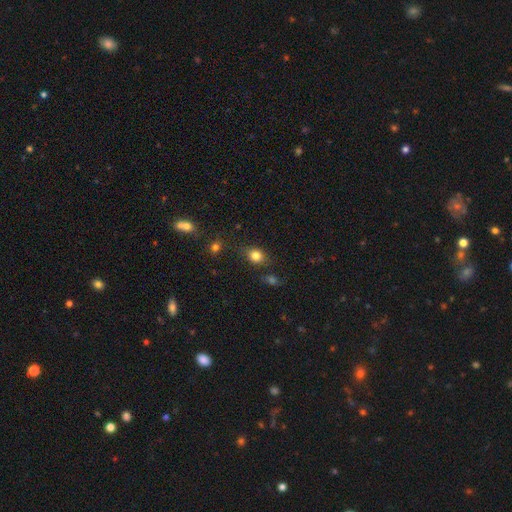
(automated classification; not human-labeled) smooth 81%, star or artifact 12%, featured or disk 7%. Down the decision tree: how rounded — round (58%); merging — none (75%).